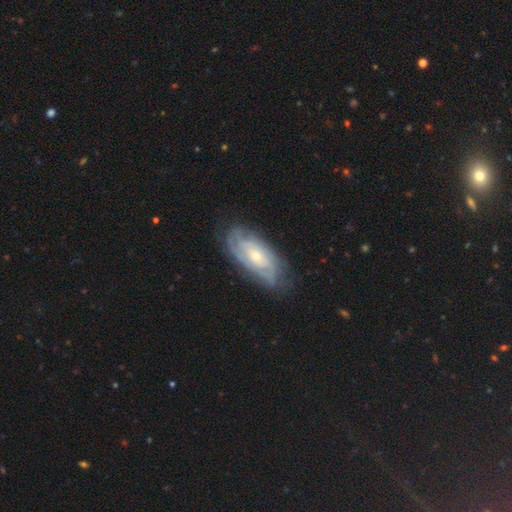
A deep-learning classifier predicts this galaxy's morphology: type=featured or disk (77%); edge-on=no (91%); bar=no (69%); spiral arms=yes (91%); winding=tight (69%); arm count=can't tell (49%); bulge=small (53%); merging=none (74%).